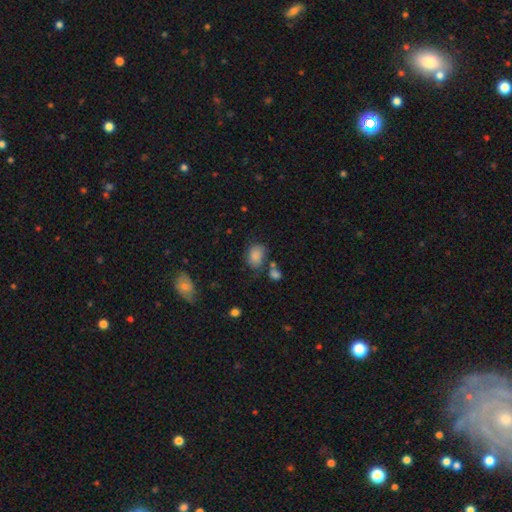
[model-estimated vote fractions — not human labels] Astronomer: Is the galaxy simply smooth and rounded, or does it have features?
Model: smooth — 81%.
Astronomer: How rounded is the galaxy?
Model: in between — 69%.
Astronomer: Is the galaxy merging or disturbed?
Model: none — 55%.